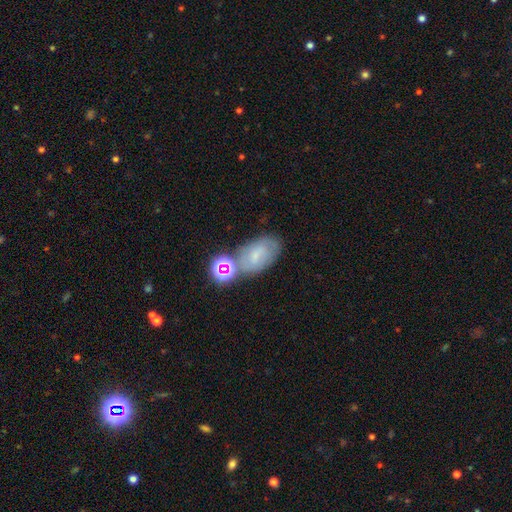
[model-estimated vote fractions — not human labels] Morphology: type=smooth (47%); merging=none (55%).